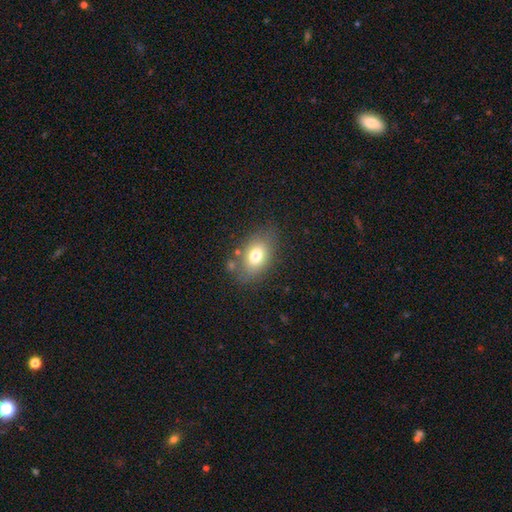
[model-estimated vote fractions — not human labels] Overall: smooth (75%). How rounded: in between (83%). Merging: none (74%).